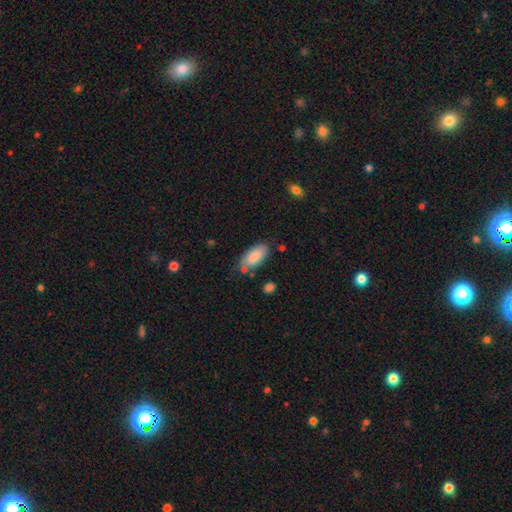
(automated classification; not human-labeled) Smooth or featured? smooth (84%)
How rounded? in between (91%)
Merging? none (68%)